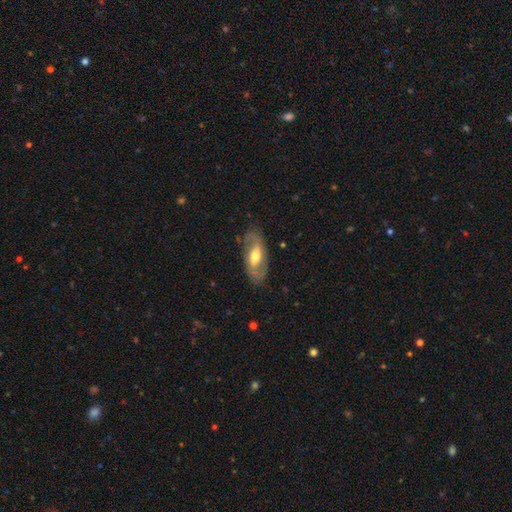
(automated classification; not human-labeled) Smooth or featured: featured or disk — 65% (smooth — 30%)
Edge-on disk: no — 88% (yes — 12%)
Bar: weak — 41% (no — 34%)
Spiral arms: yes — 72% (no — 28%)
Bulge size: moderate — 67% (small — 17%)
Merging: none — 77% (minor disturbance — 16%)